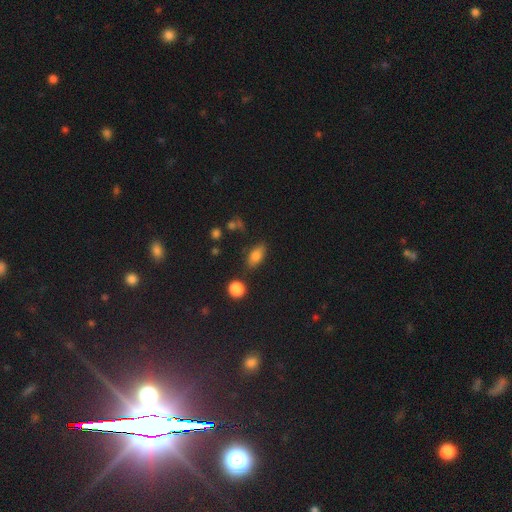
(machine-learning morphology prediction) Smooth or featured? smooth (79%)
How rounded? in between (85%)
Merging? none (77%)